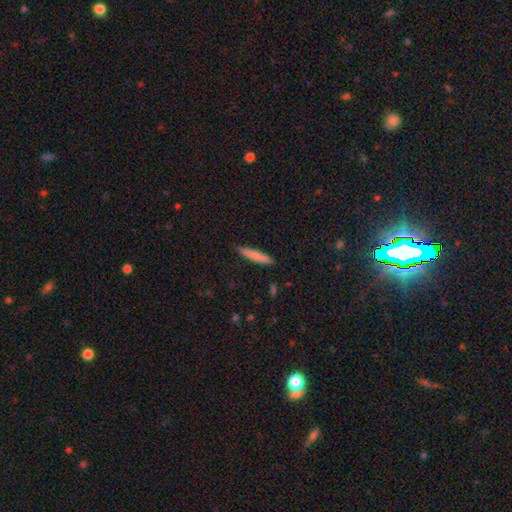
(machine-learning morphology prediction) This is likely a smooth galaxy (80%). How rounded: clearly cigar-shaped (92%). Merging: clearly none (89%).